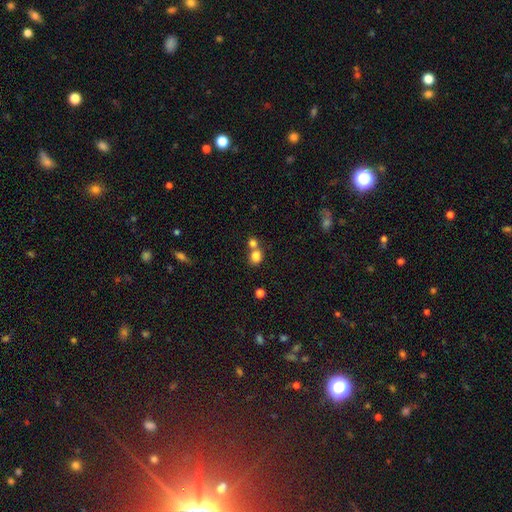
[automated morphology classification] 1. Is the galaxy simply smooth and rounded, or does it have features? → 82% smooth, 11% star or artifact, 7% featured or disk.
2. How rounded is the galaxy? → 65% round, 34% in between, 1% cigar-shaped.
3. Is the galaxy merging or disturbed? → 48% none, 41% merger, 8% minor disturbance, 4% major disturbance.